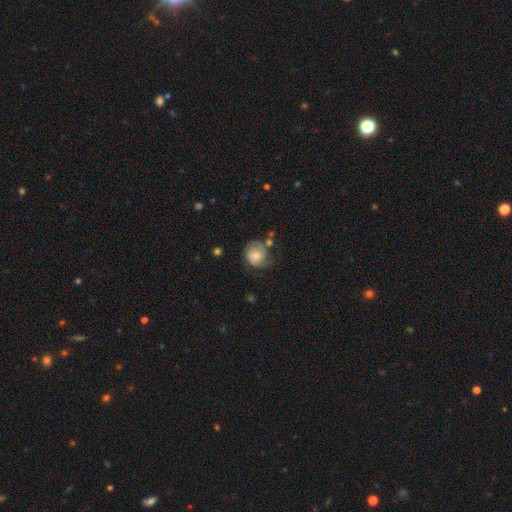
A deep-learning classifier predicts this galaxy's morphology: smooth 56%, featured or disk 36%, star or artifact 8%. Down the decision tree: how rounded — round (80%); merging — none (50%).